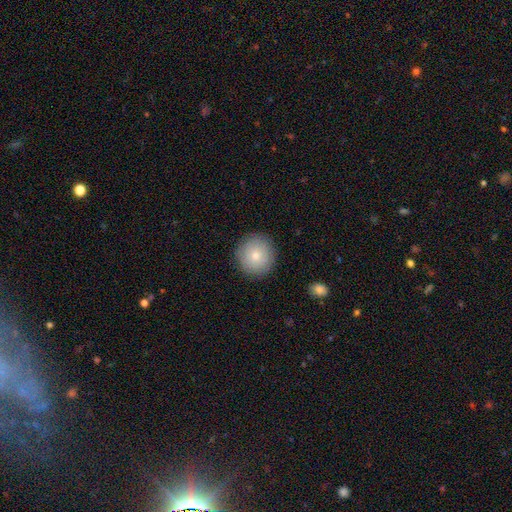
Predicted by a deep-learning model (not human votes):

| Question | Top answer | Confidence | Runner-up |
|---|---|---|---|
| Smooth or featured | smooth | 79% | featured or disk (13%) |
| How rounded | round | 94% | in between (6%) |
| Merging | none | 89% | minor disturbance (8%) |